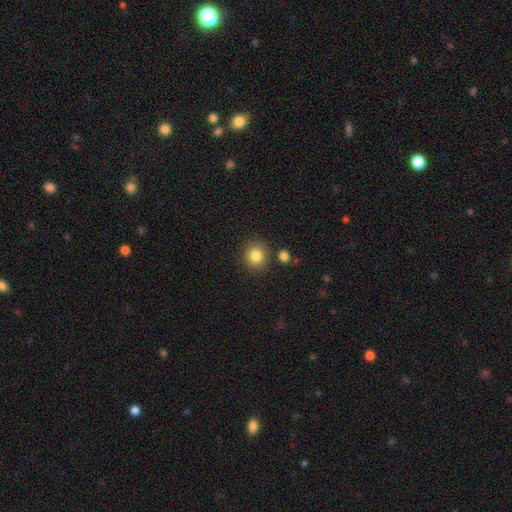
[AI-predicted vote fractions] Smooth or featured? smooth (83%)
How rounded? round (89%)
Merging? none (84%)